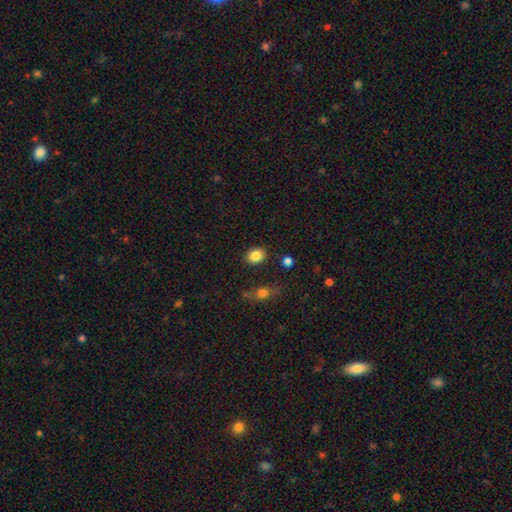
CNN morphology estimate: smooth 85%, star or artifact 9%, featured or disk 6%. Down the decision tree: how rounded — round (52%); merging — none (85%).